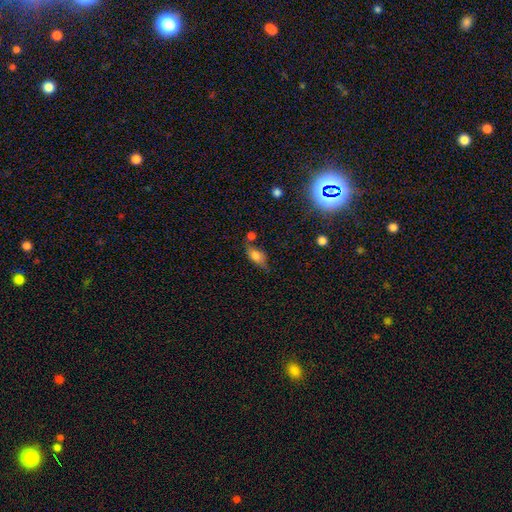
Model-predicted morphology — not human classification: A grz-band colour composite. It shows a smooth galaxy with no disk features (70%) that is in between round and cigar-shaped (81%). Merging: none (54%).